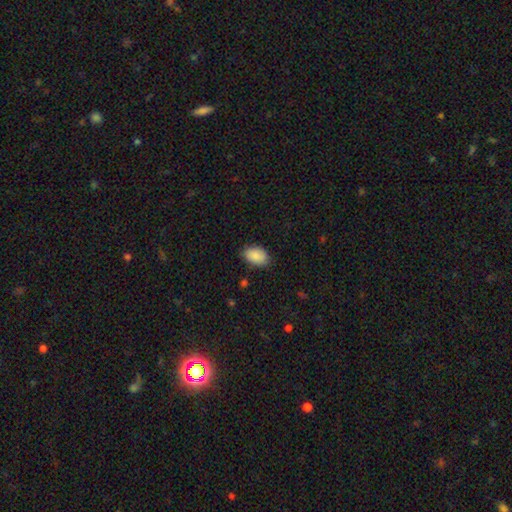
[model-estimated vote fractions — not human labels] This is clearly a smooth galaxy (90%). How rounded: clearly in between (90%). Merging: clearly none (82%).